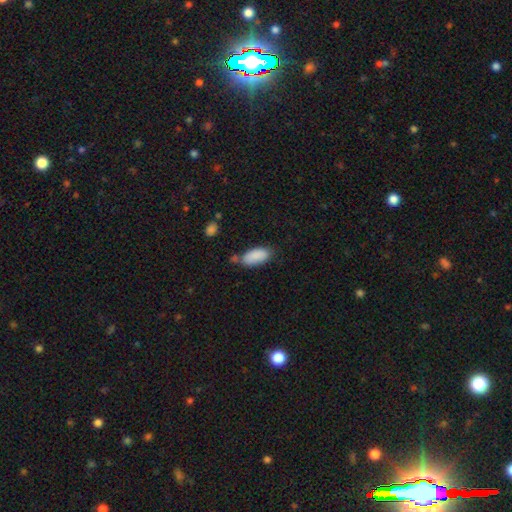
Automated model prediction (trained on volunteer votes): Overall: smooth (88%). How rounded: in between (91%). Merging: none (58%; minor disturbance 23%).